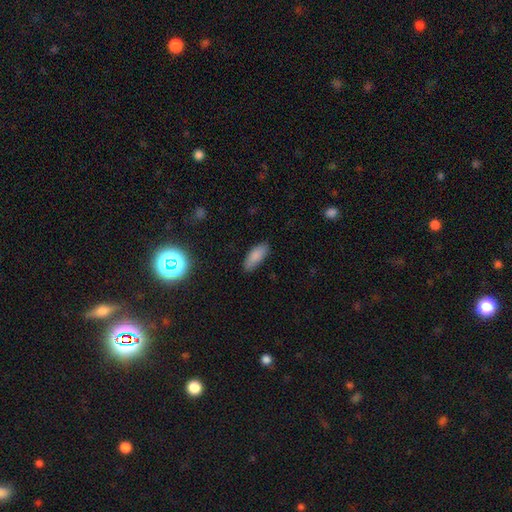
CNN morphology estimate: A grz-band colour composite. It shows a smooth galaxy with no disk features (85%) that is in between round and cigar-shaped (79%). Merging: none (83%).